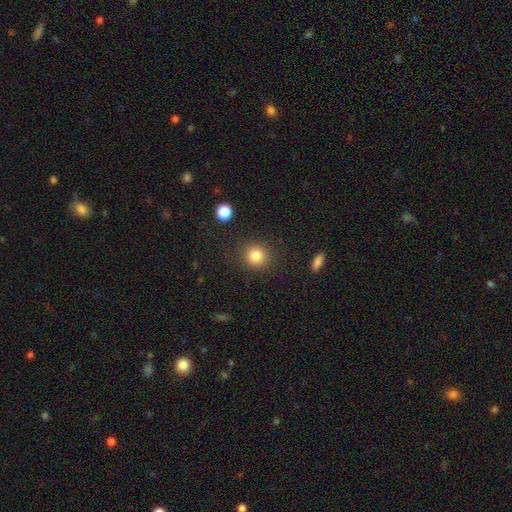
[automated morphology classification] smooth_or_featured: smooth (p=0.84) [alt: star or artifact p=0.11]
how_rounded: round (p=0.88) [alt: in between p=0.11]
merging: none (p=0.88) [alt: minor disturbance p=0.07]